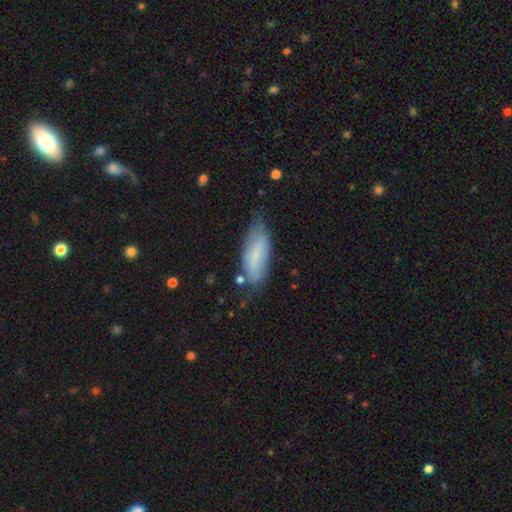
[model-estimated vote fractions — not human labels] smooth-or-featured: smooth: 70% | featured or disk: 23% | star or artifact: 7%
  how-rounded: in between: 71% | cigar-shaped: 27% | round: 2%
  merging: none: 57% | minor disturbance: 31% | major disturbance: 8% | merger: 3%